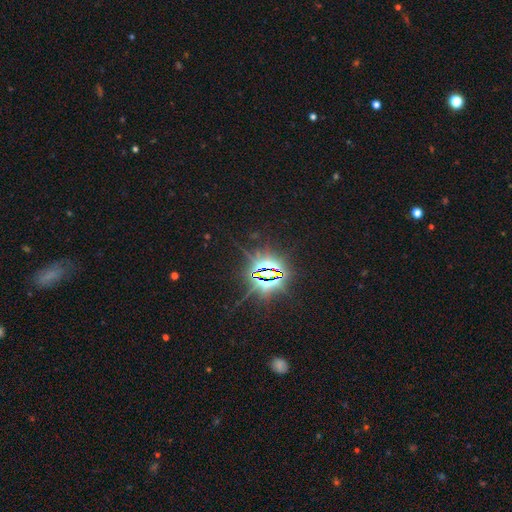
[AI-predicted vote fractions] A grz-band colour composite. It shows a star or artifact, not a galaxy (86%).